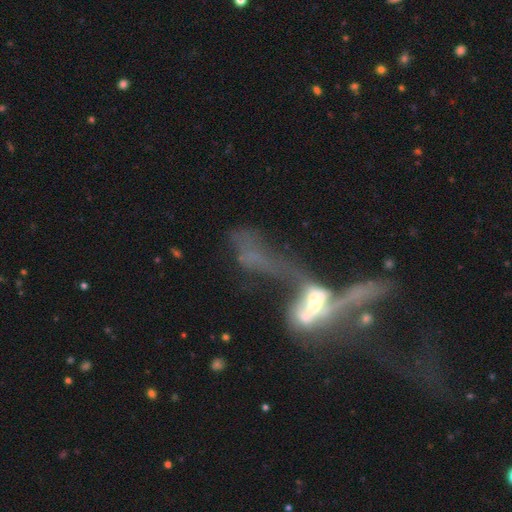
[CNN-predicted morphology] A featured or disk galaxy (58%).

Vote fractions:
- Smooth or featured? featured or disk: 58% / smooth: 22% / star or artifact: 20%
- Edge-on disk? no: 71% / yes: 29%
- Merging? merger: 61% / major disturbance: 25% / none: 8% / minor disturbance: 5%